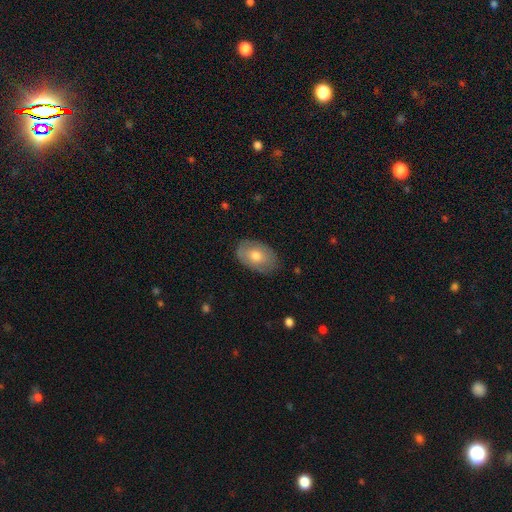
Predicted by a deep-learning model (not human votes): smooth_or_featured: smooth (p=0.69) [alt: featured or disk p=0.25]
how_rounded: in between (p=0.89) [alt: round p=0.10]
merging: none (p=0.81) [alt: minor disturbance p=0.15]